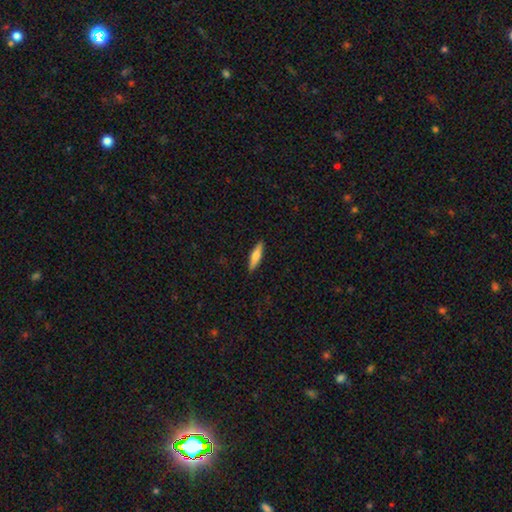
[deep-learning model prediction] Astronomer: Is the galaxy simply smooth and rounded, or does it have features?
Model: smooth — 63%.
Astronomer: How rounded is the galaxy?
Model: cigar-shaped — 76%.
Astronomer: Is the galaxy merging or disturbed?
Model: none — 90%.